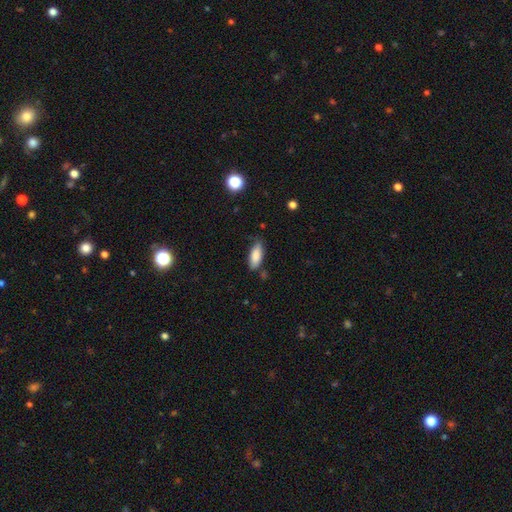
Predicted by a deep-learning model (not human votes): Smooth or featured? Predicted: smooth (p=0.84). How rounded? Predicted: in between (p=0.76). Merging? Predicted: none (p=0.67).